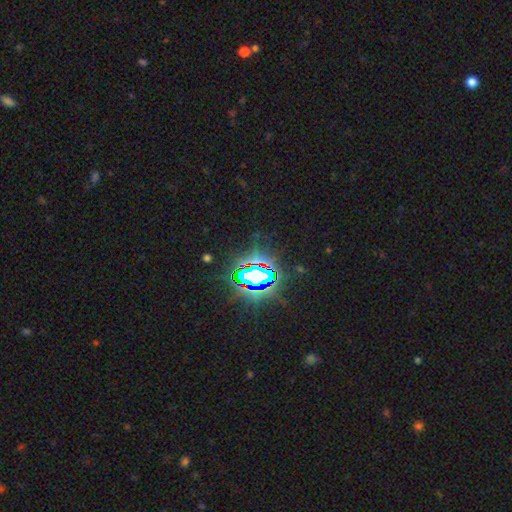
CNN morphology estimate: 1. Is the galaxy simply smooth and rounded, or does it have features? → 80% star or artifact, 11% smooth, 9% featured or disk.